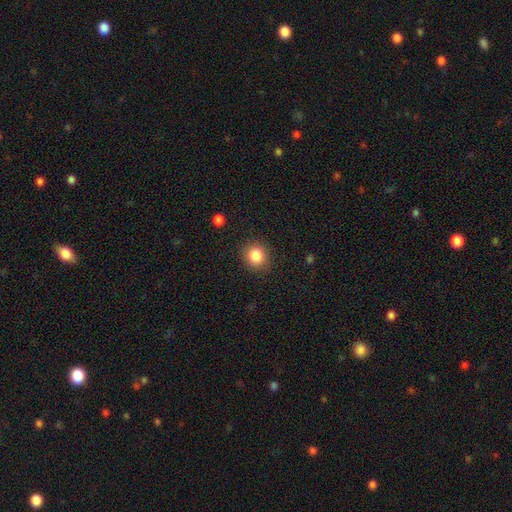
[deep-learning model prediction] smooth_or_featured: smooth (p=0.85) [alt: star or artifact p=0.10]
how_rounded: round (p=0.84) [alt: in between p=0.15]
merging: none (p=0.88) [alt: minor disturbance p=0.08]